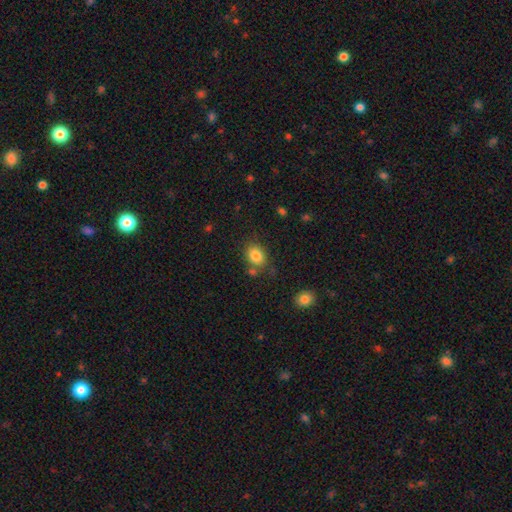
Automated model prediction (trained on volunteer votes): Smooth or featured?
  - smooth: 82% *
  - star or artifact: 10%
  - featured or disk: 8%
How rounded?
  - in between: 58% *
  - round: 41%
  - cigar-shaped: 1%
Merging?
  - none: 70% *
  - minor disturbance: 15%
  - merger: 11%
  - major disturbance: 5%